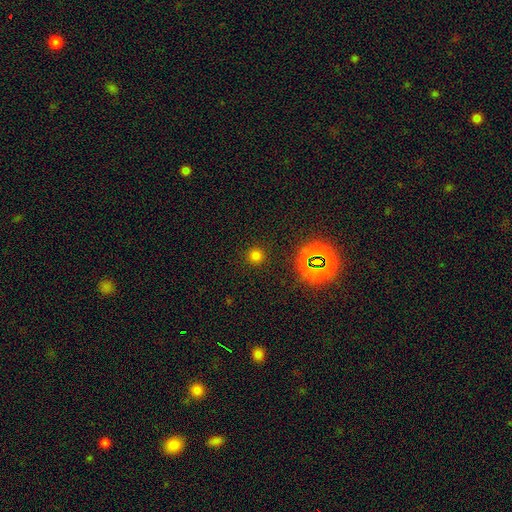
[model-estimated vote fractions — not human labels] Smooth or featured?
  - smooth: 71% *
  - star or artifact: 24%
  - featured or disk: 5%
How rounded?
  - round: 94% *
  - in between: 5%
  - cigar-shaped: 1%
Merging?
  - none: 90% *
  - minor disturbance: 6%
  - major disturbance: 3%
  - merger: 2%